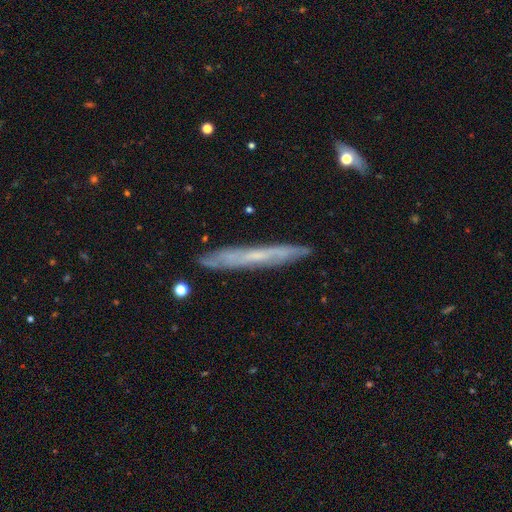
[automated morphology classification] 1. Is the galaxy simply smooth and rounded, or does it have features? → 59% featured or disk, 33% smooth, 8% star or artifact.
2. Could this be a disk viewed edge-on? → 84% yes, 16% no.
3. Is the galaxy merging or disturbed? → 86% none, 11% minor disturbance, 2% major disturbance, 2% merger.